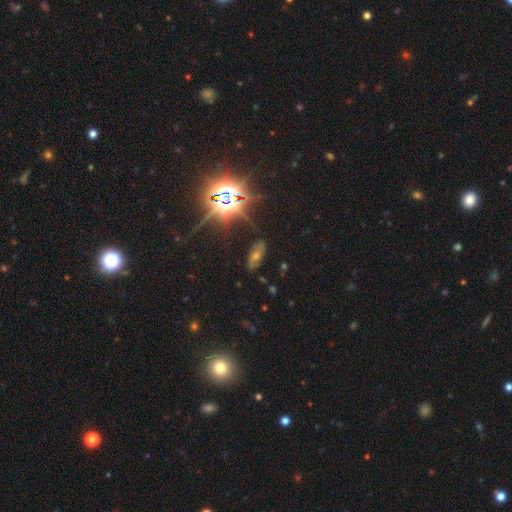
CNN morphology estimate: Smooth or featured? star or artifact (51%)